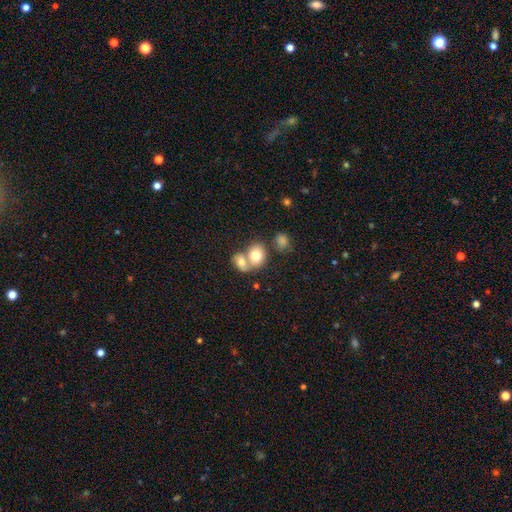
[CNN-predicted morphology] Q: Smooth or featured?
A: smooth (76%); runner-up: featured or disk (16%)
Q: How rounded?
A: in between (49%); tied with: round (49%)
Q: Merging?
A: merger (61%); runner-up: none (28%)